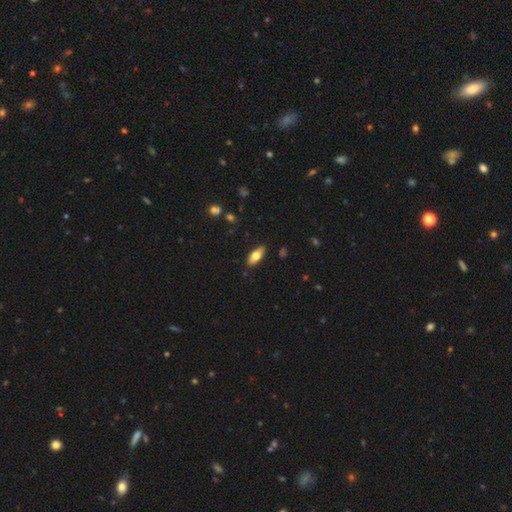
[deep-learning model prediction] Q: Smooth or featured?
A: smooth (66%); runner-up: featured or disk (28%)
Q: How rounded?
A: in between (80%); runner-up: cigar-shaped (17%)
Q: Merging?
A: none (88%); runner-up: minor disturbance (9%)